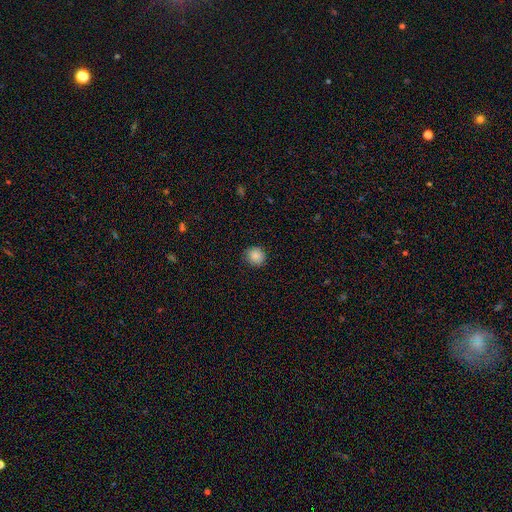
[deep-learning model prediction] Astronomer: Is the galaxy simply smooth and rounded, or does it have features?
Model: smooth — 87%.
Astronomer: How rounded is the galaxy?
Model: round — 91%.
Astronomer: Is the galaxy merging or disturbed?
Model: none — 87%.